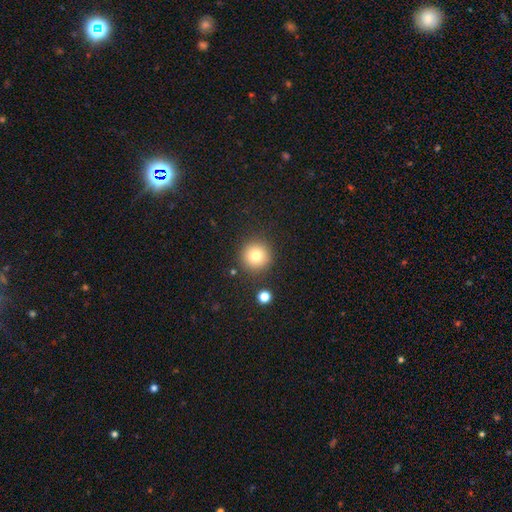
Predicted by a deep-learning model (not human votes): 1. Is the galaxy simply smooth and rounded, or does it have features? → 78% smooth, 13% star or artifact, 10% featured or disk.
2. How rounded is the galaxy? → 96% round, 3% in between, 1% cigar-shaped.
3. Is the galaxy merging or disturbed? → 88% none, 6% minor disturbance, 3% merger, 3% major disturbance.